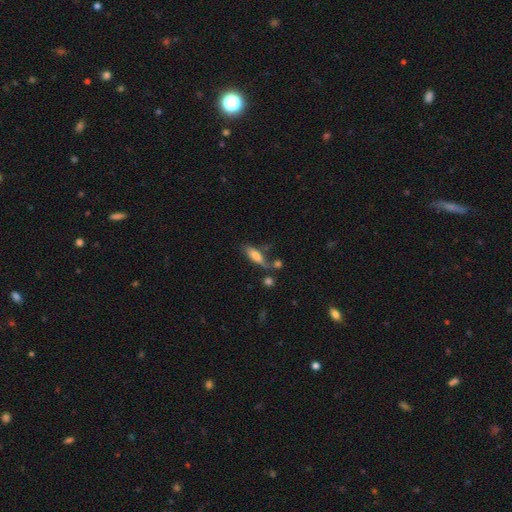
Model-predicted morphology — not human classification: Smooth or featured? smooth (72%)
How rounded? in between (58%)
Merging? none (48%)